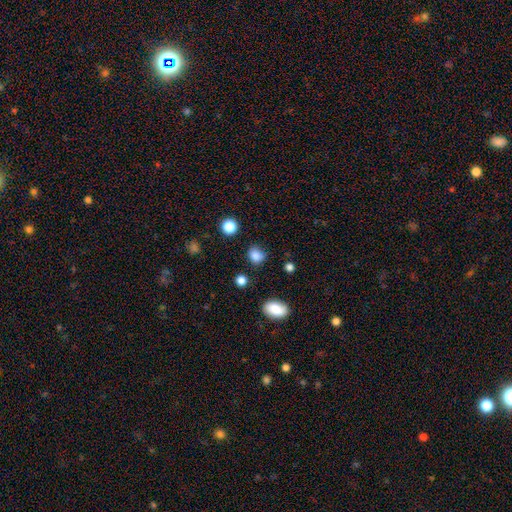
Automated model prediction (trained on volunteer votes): smooth-or-featured: smooth: 82% | star or artifact: 13% | featured or disk: 6%
  how-rounded: round: 61% | in between: 38% | cigar-shaped: 1%
  merging: none: 64% | minor disturbance: 24% | major disturbance: 7% | merger: 6%